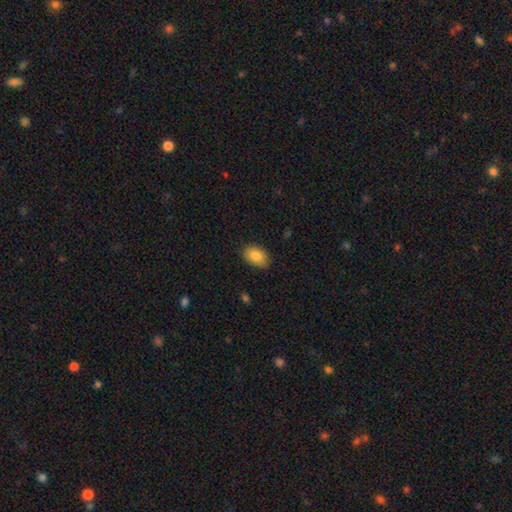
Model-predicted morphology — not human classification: This appears to be a smooth galaxy with no disk features (85%) that is in between round and cigar-shaped (86%). Merging: none (85%).